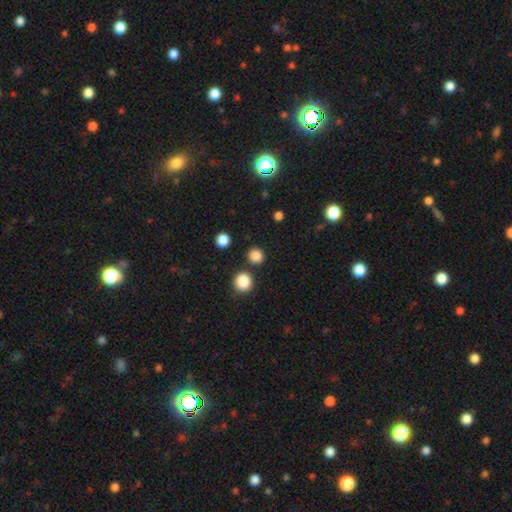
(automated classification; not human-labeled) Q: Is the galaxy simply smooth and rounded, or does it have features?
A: smooth — 84%.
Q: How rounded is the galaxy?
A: round — 91%.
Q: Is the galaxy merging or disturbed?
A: none — 83%.